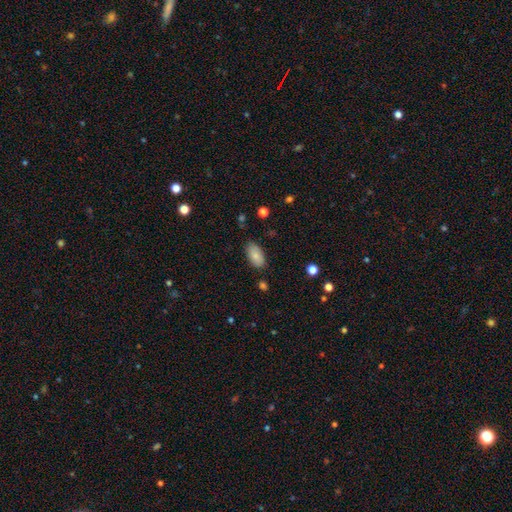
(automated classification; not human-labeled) This is clearly a smooth galaxy (84%). How rounded: clearly in between (94%). Merging: clearly none (82%).